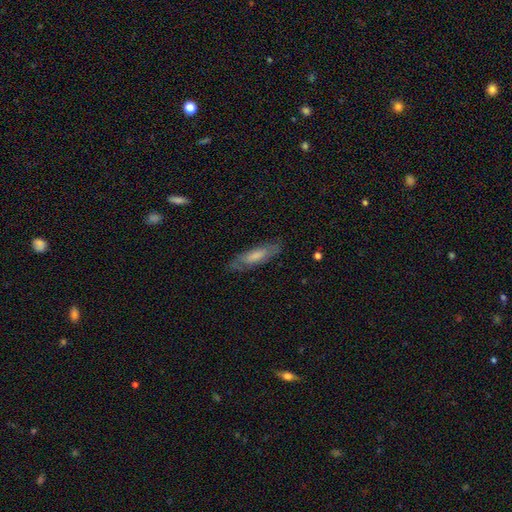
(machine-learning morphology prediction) Smooth or featured?
  - smooth: 55% *
  - featured or disk: 39%
  - star or artifact: 6%
How rounded?
  - cigar-shaped: 59% *
  - in between: 39%
  - round: 2%
Merging?
  - none: 78% *
  - minor disturbance: 16%
  - major disturbance: 5%
  - merger: 1%